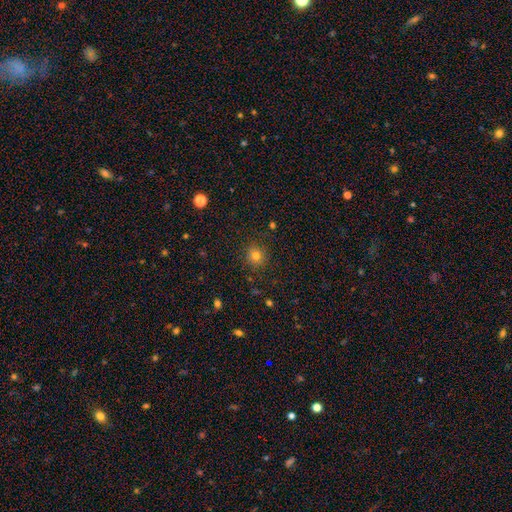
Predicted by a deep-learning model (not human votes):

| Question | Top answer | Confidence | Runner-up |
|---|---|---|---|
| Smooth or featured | smooth | 78% | star or artifact (15%) |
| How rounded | round | 89% | in between (10%) |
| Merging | none | 88% | minor disturbance (8%) |